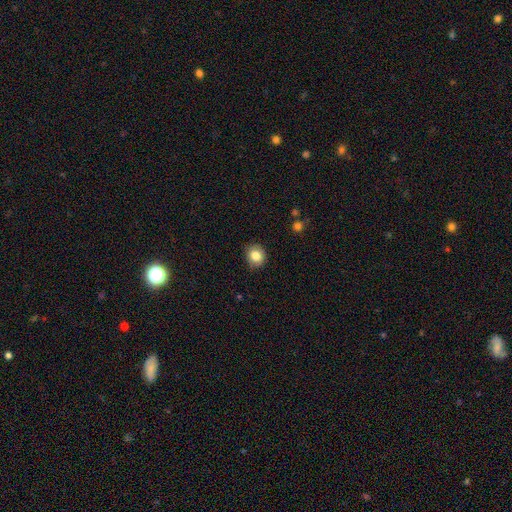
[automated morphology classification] Overall: smooth (83%). How rounded: round (74%). Merging: none (84%).